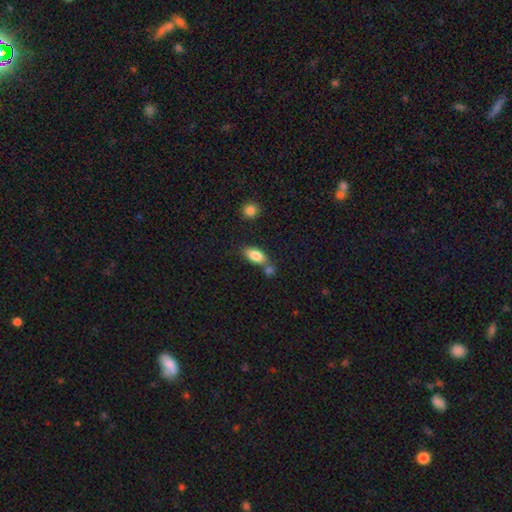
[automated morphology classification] Overall: smooth (82%). How rounded: in between (87%). Merging: none (54%; merger 29%).